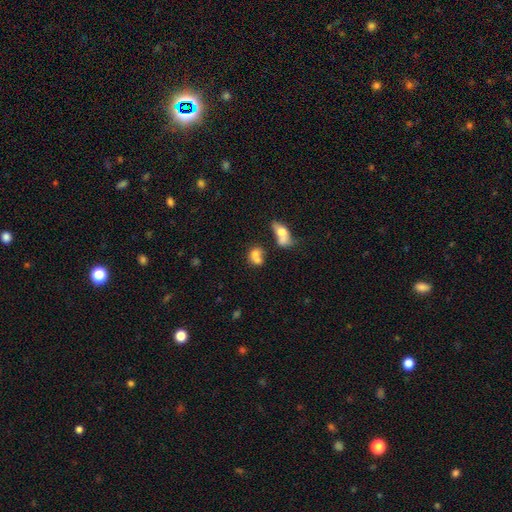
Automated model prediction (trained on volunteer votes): Smooth or featured?
  - smooth: 71% *
  - featured or disk: 18%
  - star or artifact: 12%
How rounded?
  - round: 51% *
  - in between: 47%
  - cigar-shaped: 2%
Merging?
  - merger: 57% *
  - none: 26%
  - minor disturbance: 10%
  - major disturbance: 6%